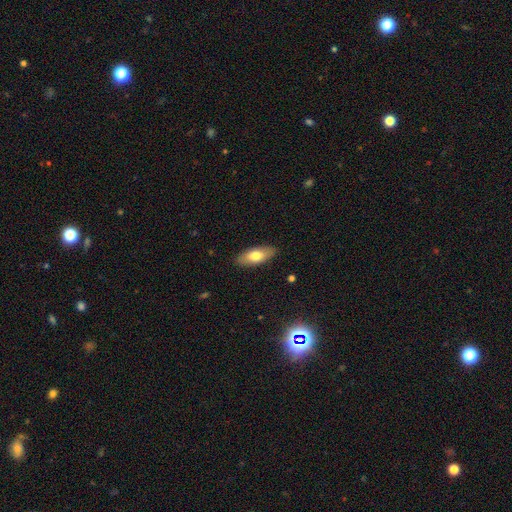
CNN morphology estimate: smooth 72%, featured or disk 22%, star or artifact 6%. Down the decision tree: how rounded — in between (81%); merging — none (88%).